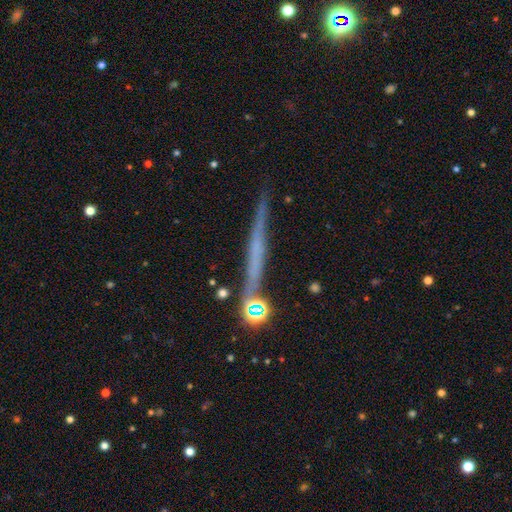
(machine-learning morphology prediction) The model was most divided on "smooth or featured": featured or disk: 59%, smooth: 31%, star or artifact: 10%. More confident: edge-on disk — yes (95%); merging — none (81%); edge-on bulge — none (80%).